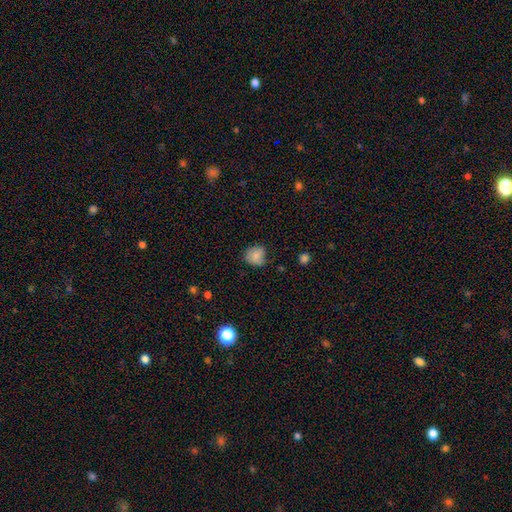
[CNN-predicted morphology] Smooth or featured? Predicted: smooth (p=0.80). How rounded? Predicted: round (p=0.77). Merging? Predicted: none (p=0.65).